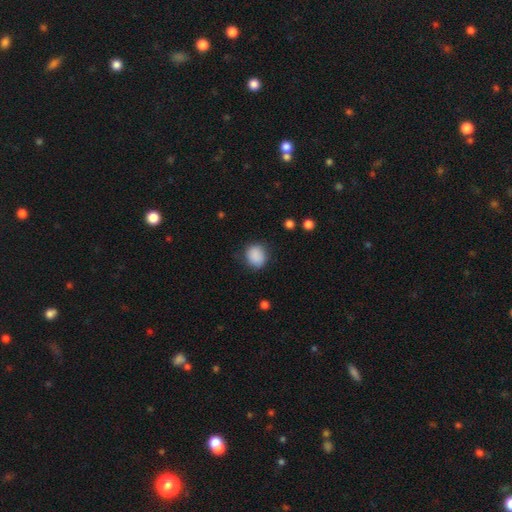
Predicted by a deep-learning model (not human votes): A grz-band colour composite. It shows a smooth galaxy with no disk features (88%) that is round (65%). Merging: none (76%).